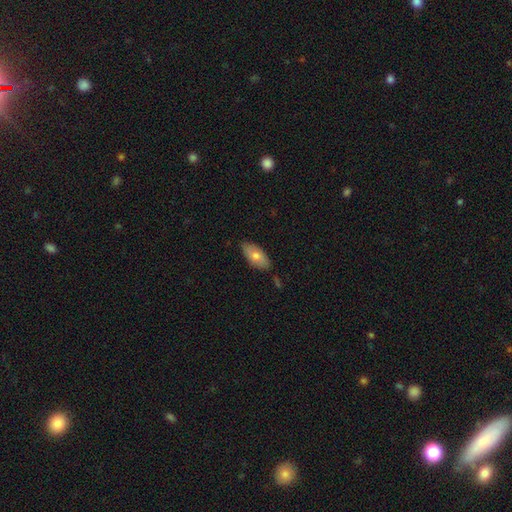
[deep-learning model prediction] smooth_or_featured: smooth (p=0.74) [alt: featured or disk p=0.20]
how_rounded: in between (p=0.91) [alt: cigar-shaped p=0.06]
merging: none (p=0.79) [alt: minor disturbance p=0.16]